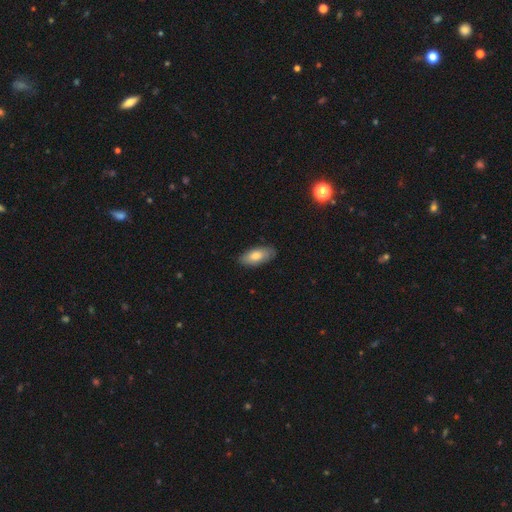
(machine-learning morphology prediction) Smooth or featured? smooth (75%)
How rounded? in between (88%)
Merging? none (84%)